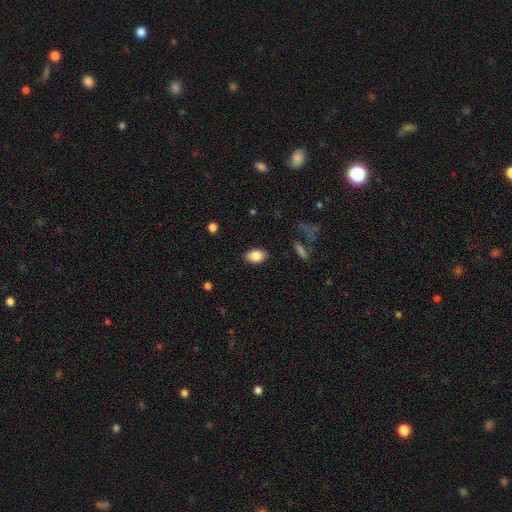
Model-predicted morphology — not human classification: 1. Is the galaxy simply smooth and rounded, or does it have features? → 86% smooth, 8% star or artifact, 6% featured or disk.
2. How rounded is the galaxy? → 88% in between, 10% round, 1% cigar-shaped.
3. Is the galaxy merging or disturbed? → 87% none, 9% minor disturbance, 2% major disturbance, 1% merger.